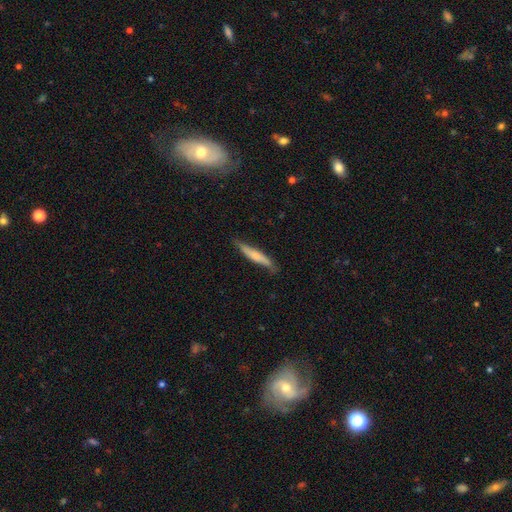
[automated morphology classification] A smooth galaxy with no disk features (56%) that is cigar-shaped (90%). Merging: none (76%).